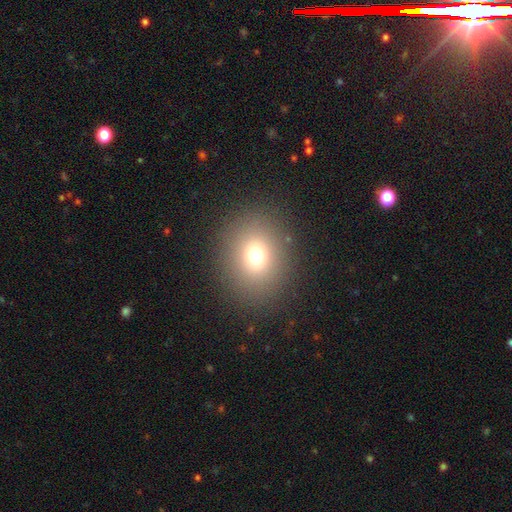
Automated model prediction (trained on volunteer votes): smooth 72%, star or artifact 18%, featured or disk 11%. Down the decision tree: how rounded — round (73%); merging — none (87%).